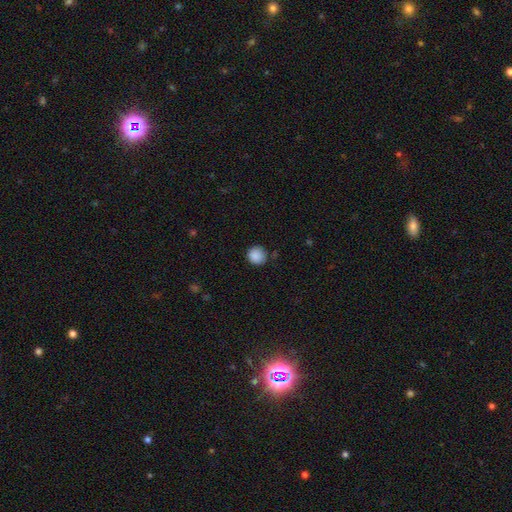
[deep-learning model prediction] Smooth or featured?
  - smooth: 88% *
  - star or artifact: 9%
  - featured or disk: 3%
How rounded?
  - round: 92% *
  - in between: 7%
  - cigar-shaped: 1%
Merging?
  - none: 83% *
  - minor disturbance: 12%
  - major disturbance: 3%
  - merger: 2%